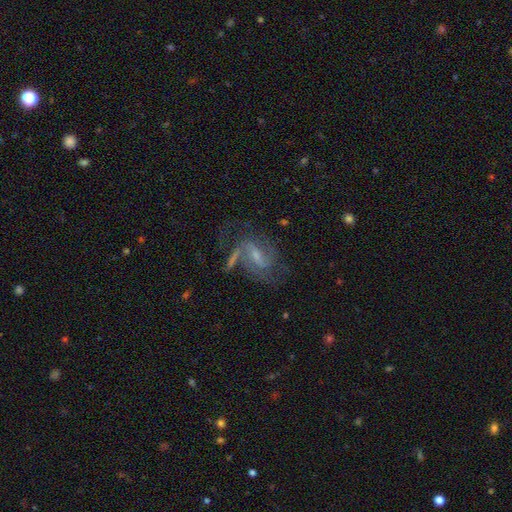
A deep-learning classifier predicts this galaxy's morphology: A featured or disk galaxy (81%) with a weak bar (50%), 2 (64%) medium (47%) spiral arms (92%) and a small central bulge (58%). Merging: none (49%).